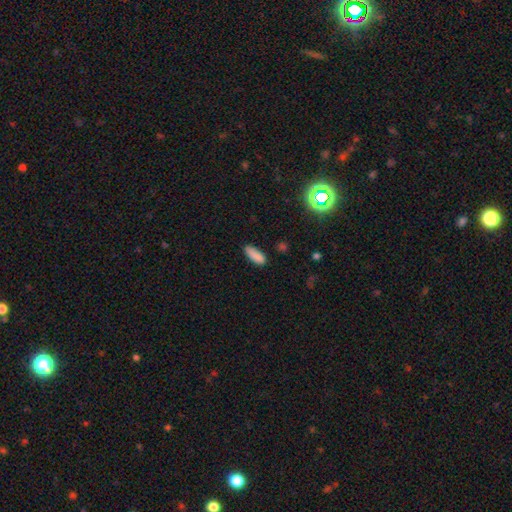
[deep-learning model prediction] Q: Smooth or featured?
A: smooth (86%); runner-up: star or artifact (9%)
Q: How rounded?
A: in between (68%); runner-up: cigar-shaped (30%)
Q: Merging?
A: none (76%); runner-up: minor disturbance (18%)